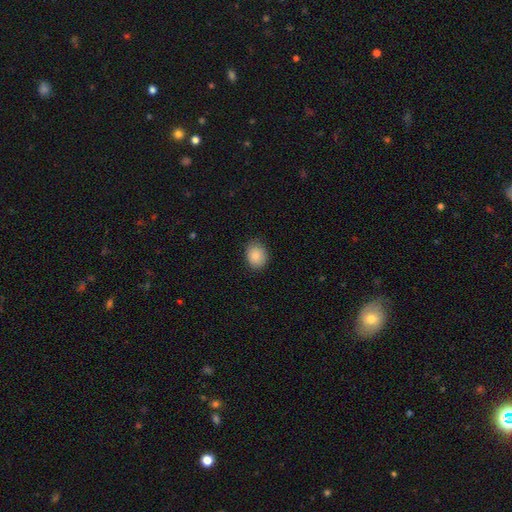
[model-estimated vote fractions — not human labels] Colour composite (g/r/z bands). It shows a smooth galaxy with no disk features (88%) that is round (53%). Merging: none (83%).